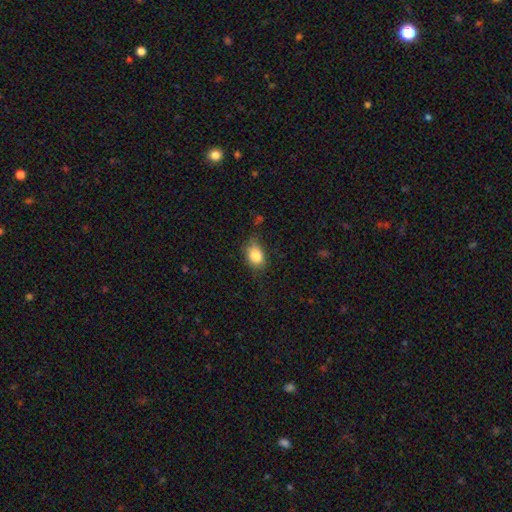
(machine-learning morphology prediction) This is clearly a smooth galaxy (84%). How rounded: likely in between (70%). Merging: likely none (69%).